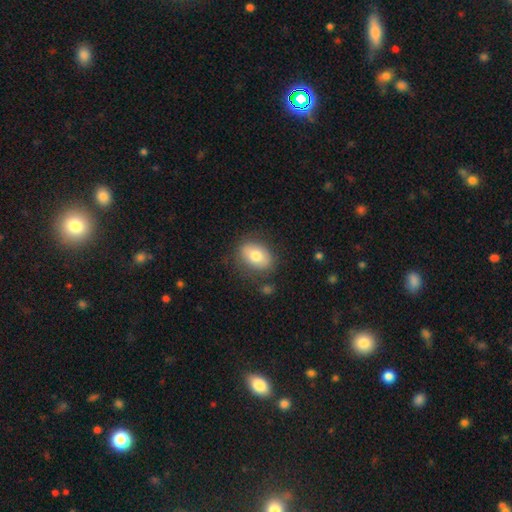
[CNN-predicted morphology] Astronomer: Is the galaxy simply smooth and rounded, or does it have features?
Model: smooth — 75%.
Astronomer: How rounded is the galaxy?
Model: in between — 72%.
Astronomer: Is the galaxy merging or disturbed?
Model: none — 78%.